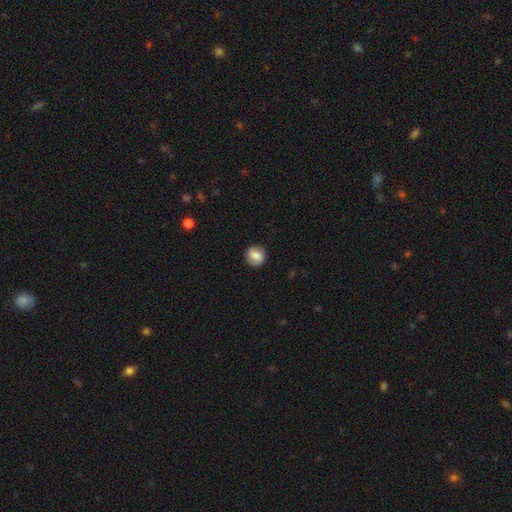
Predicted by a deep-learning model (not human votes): Smooth or featured?
  - smooth: 77% *
  - featured or disk: 15%
  - star or artifact: 8%
How rounded?
  - round: 84% *
  - in between: 15%
  - cigar-shaped: 1%
Merging?
  - none: 87% *
  - minor disturbance: 9%
  - major disturbance: 3%
  - merger: 1%